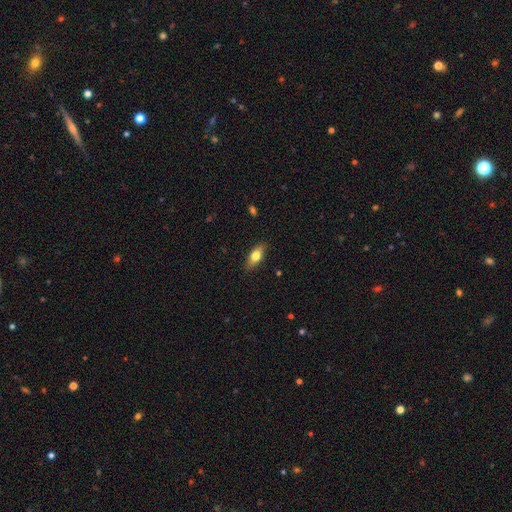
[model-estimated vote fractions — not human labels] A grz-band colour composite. It shows a smooth galaxy with no disk features (71%) that is in between round and cigar-shaped (77%). Merging: none (85%).